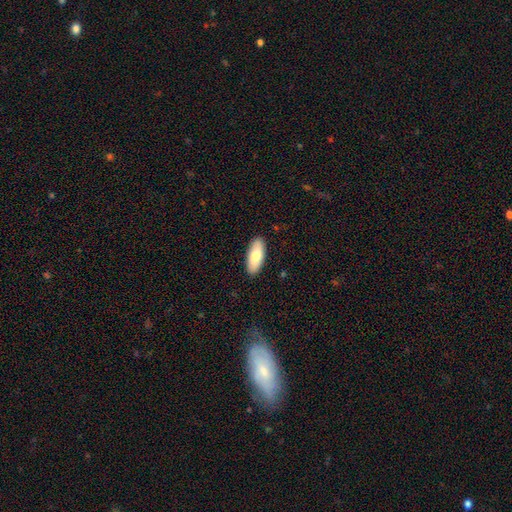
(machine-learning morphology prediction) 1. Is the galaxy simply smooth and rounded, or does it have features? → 80% smooth, 15% featured or disk, 6% star or artifact.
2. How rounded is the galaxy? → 81% in between, 17% cigar-shaped, 2% round.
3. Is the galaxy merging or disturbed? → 90% none, 8% minor disturbance, 2% major disturbance, 1% merger.